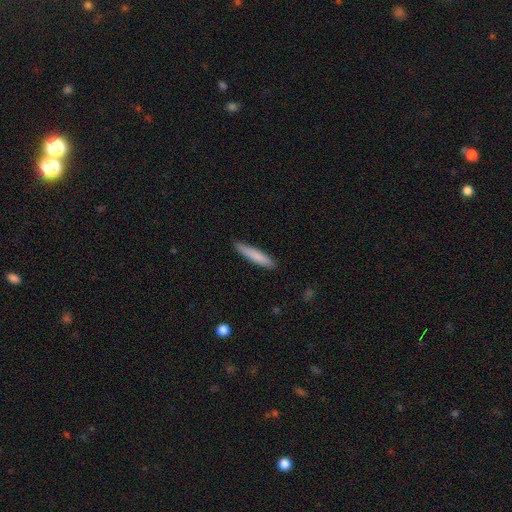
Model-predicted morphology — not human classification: Q: Smooth or featured?
A: smooth (80%); runner-up: featured or disk (14%)
Q: How rounded?
A: cigar-shaped (90%); runner-up: in between (9%)
Q: Merging?
A: none (86%); runner-up: minor disturbance (11%)